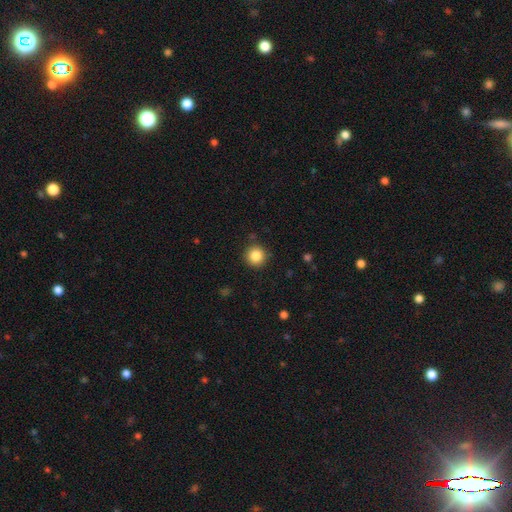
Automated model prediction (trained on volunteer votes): Morphology: type=smooth (85%); roundness=round (95%); merging=none (89%).